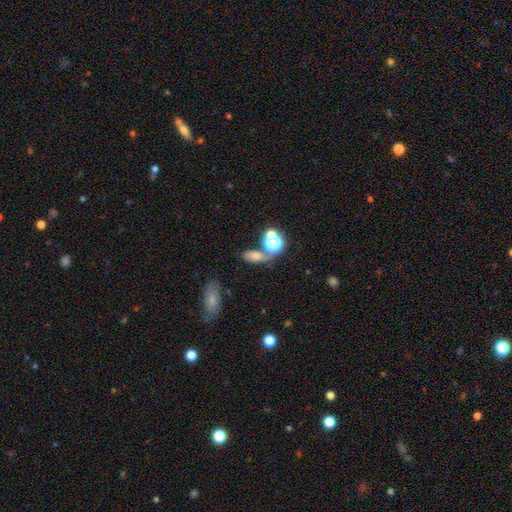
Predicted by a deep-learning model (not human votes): A smooth galaxy with no disk features (61%) that is in between round and cigar-shaped (75%). Merging: none (48%).